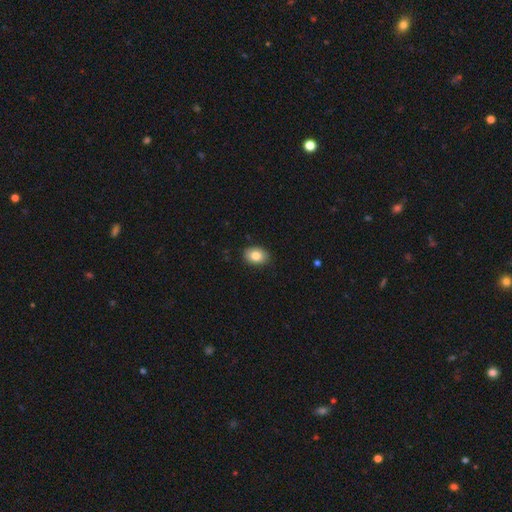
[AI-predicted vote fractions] This appears to be a smooth galaxy with no disk features (83%) that is in between round and cigar-shaped (72%). Merging: none (88%).